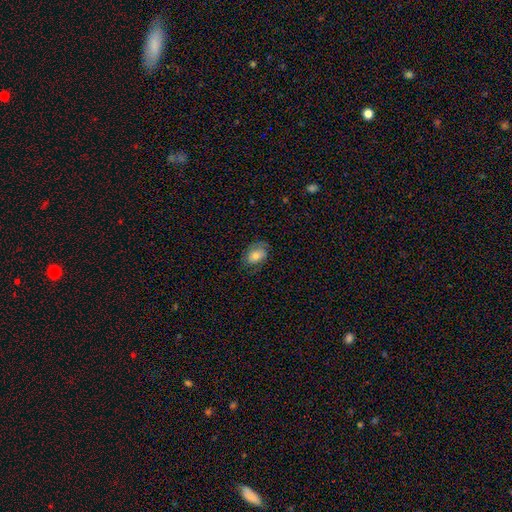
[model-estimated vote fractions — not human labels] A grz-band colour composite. It shows a smooth galaxy with no disk features (61%) that is in between round and cigar-shaped (78%). Merging: none (70%).